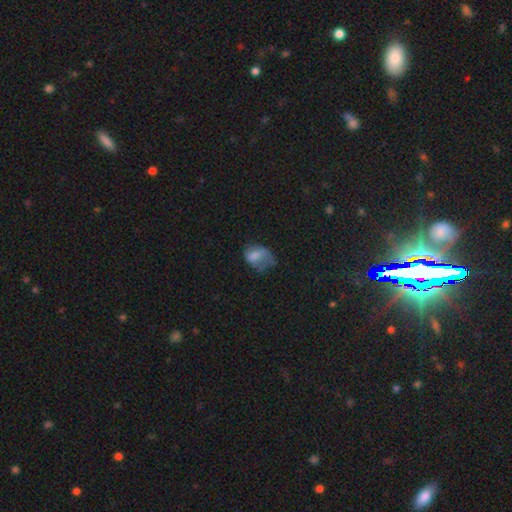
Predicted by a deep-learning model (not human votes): The model was most divided on "merging": major disturbance: 42%, minor disturbance: 30%, none: 25%, merger: 3%. More confident: how rounded — in between (70%); smooth or featured — smooth (62%).